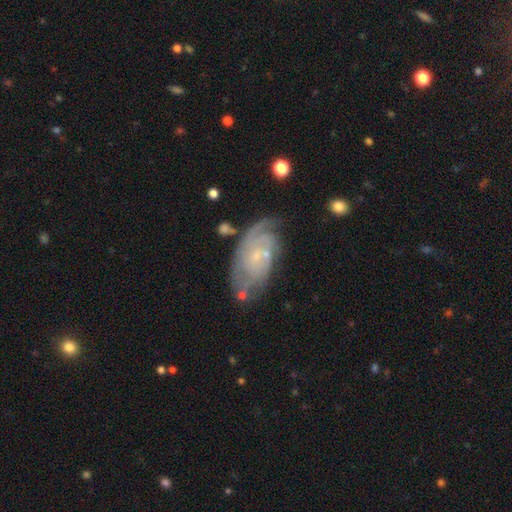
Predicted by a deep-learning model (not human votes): Smooth or featured: featured or disk — 78% (smooth — 14%)
Edge-on disk: no — 95% (yes — 5%)
Bar: no — 66% (weak — 29%)
Spiral arms: yes — 92% (no — 8%)
Spiral winding: tight — 64% (medium — 28%)
Spiral arm count: can't tell — 40% (2 — 28%)
Bulge size: small — 76% (moderate — 14%)
Merging: none — 65% (minor disturbance — 21%)